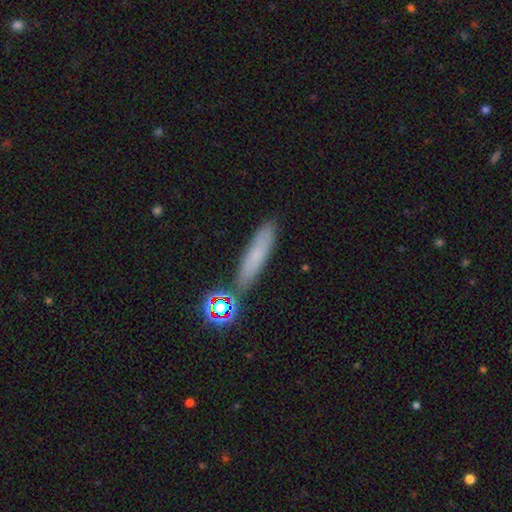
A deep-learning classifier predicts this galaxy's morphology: Smooth or featured: smooth — 65% (star or artifact — 18%)
How rounded: cigar-shaped — 76% (in between — 19%)
Merging: none — 80% (minor disturbance — 11%)